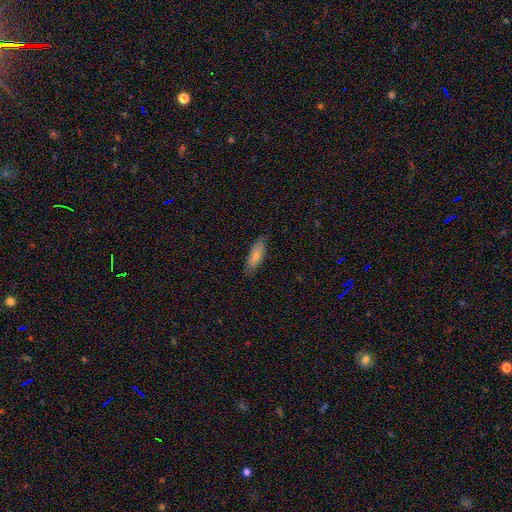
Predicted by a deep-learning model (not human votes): A smooth galaxy with no disk features (67%) that is in between round and cigar-shaped (50%). Merging: none (84%).